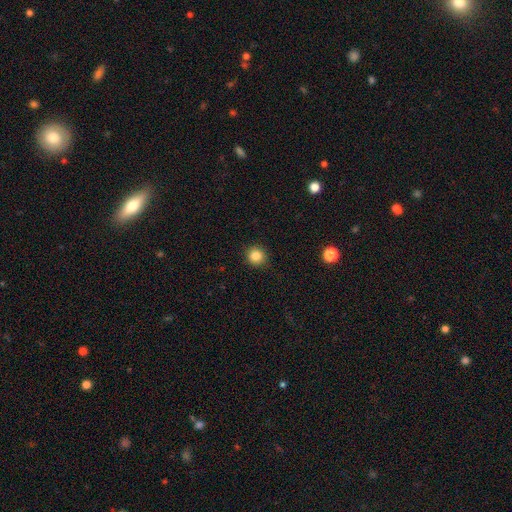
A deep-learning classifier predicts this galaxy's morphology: The model was most divided on "smooth or featured": smooth: 85%, star or artifact: 11%, featured or disk: 4%. More confident: how rounded — round (93%); merging — none (91%).